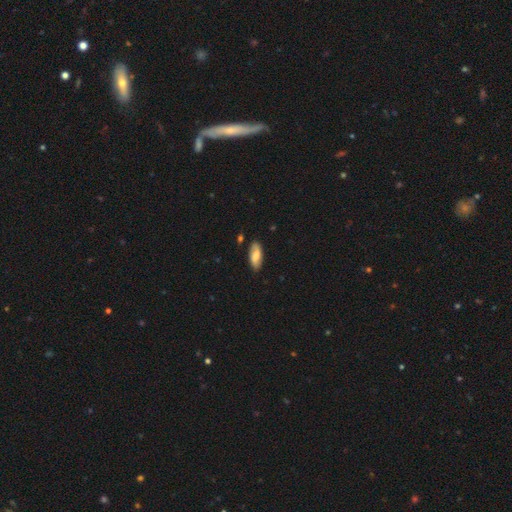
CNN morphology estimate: smooth 65%, featured or disk 29%, star or artifact 7%. Down the decision tree: how rounded — in between (83%); merging — none (80%).